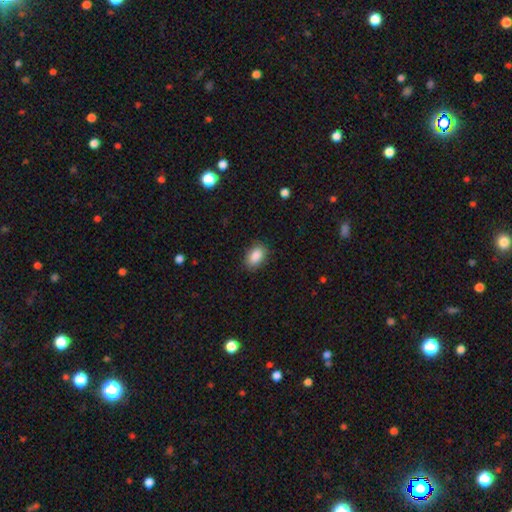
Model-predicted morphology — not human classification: A smooth galaxy with no disk features (89%) that is in between round and cigar-shaped (90%).

Vote fractions:
- Smooth or featured? smooth: 89% / star or artifact: 7% / featured or disk: 4%
- How rounded? in between: 90% / round: 8% / cigar-shaped: 2%
- Merging? none: 86% / minor disturbance: 10% / major disturbance: 2% / merger: 1%